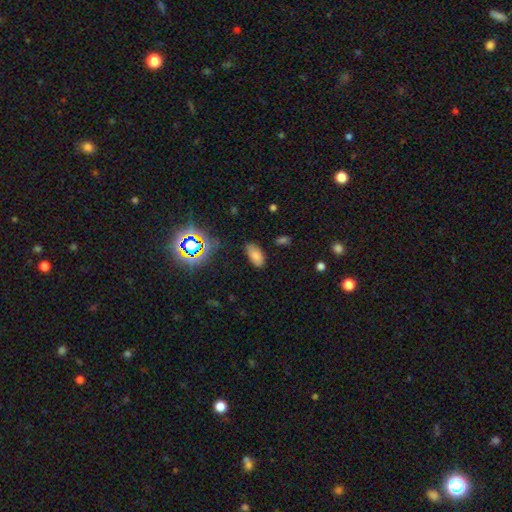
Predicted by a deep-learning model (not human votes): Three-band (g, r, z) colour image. It shows a smooth galaxy with no disk features (76%) that is in between round and cigar-shaped (92%). Merging: none (80%).